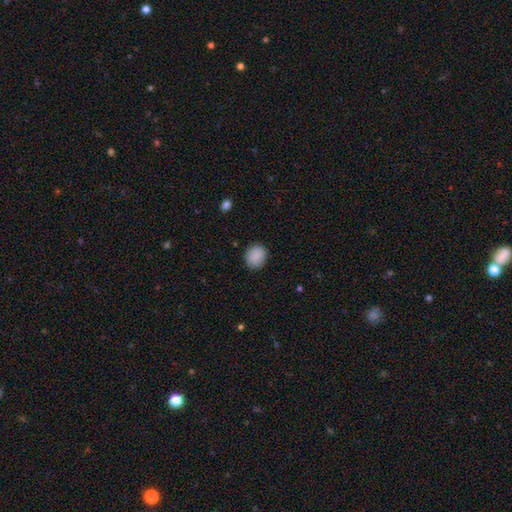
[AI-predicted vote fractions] Overall: smooth (89%). How rounded: round (72%). Merging: none (86%).